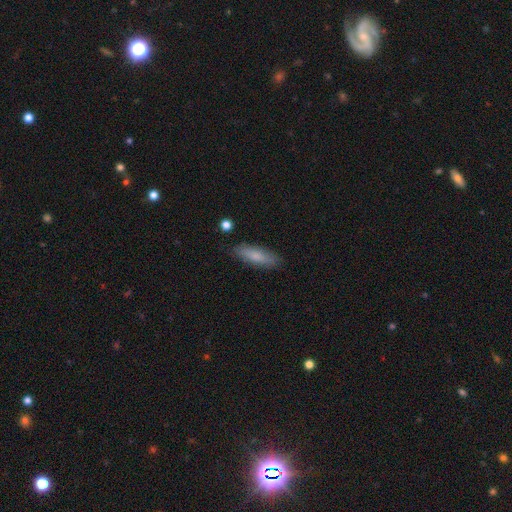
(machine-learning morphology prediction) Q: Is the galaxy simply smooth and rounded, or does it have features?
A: smooth — 79%.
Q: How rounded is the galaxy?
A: cigar-shaped — 56%.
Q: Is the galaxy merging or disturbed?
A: none — 85%.